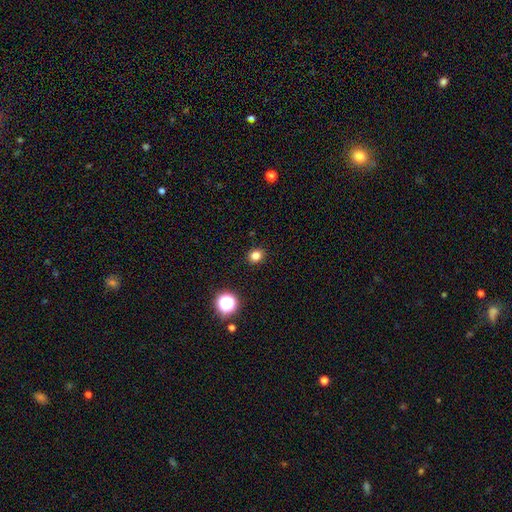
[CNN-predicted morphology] This appears to be a smooth galaxy with no disk features (80%) that is round (70%). Merging: none (90%).